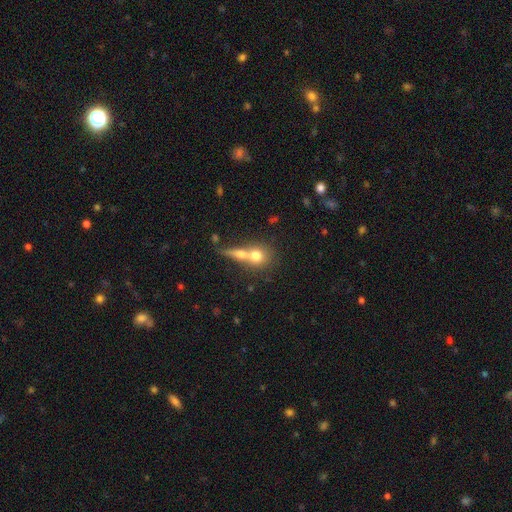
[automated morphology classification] smooth 68%, featured or disk 22%, star or artifact 9%. Down the decision tree: how rounded — round (68%); merging — merger (60%).